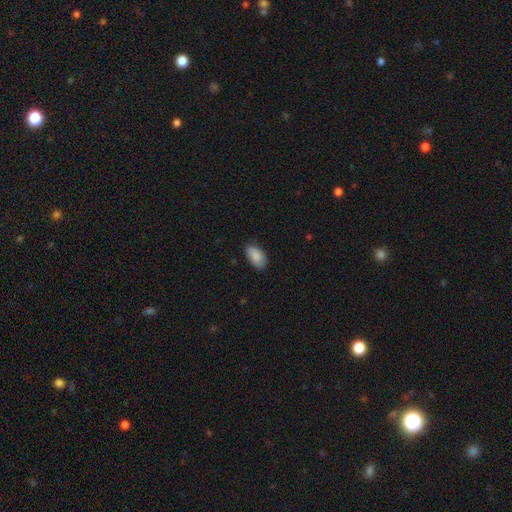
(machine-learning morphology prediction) smooth_or_featured: smooth (p=0.88) [alt: star or artifact p=0.06]
how_rounded: in between (p=0.94) [alt: round p=0.04]
merging: none (p=0.82) [alt: minor disturbance p=0.15]